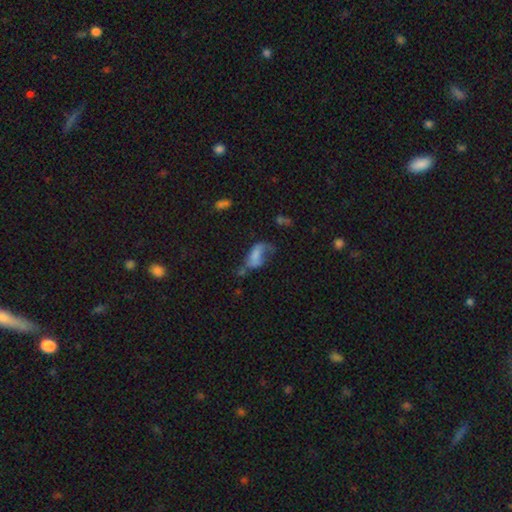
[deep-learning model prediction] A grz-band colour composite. It shows a smooth galaxy with no disk features (55%) that is in between round and cigar-shaped (88%). Merging: major disturbance (46%).